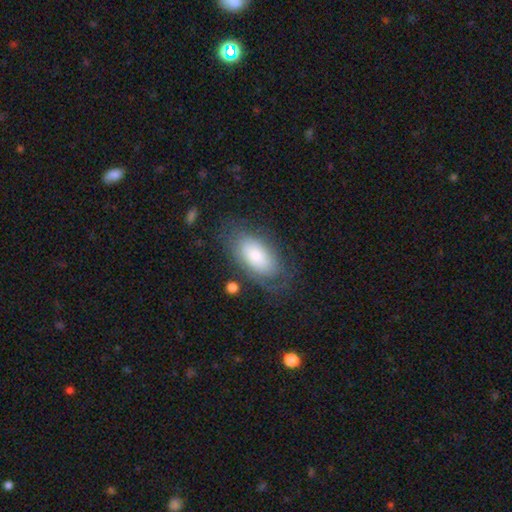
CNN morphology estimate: Smooth or featured?
  - smooth: 59% *
  - featured or disk: 34%
  - star or artifact: 7%
How rounded?
  - in between: 93% *
  - cigar-shaped: 4%
  - round: 3%
Merging?
  - none: 65% *
  - minor disturbance: 20%
  - major disturbance: 12%
  - merger: 2%